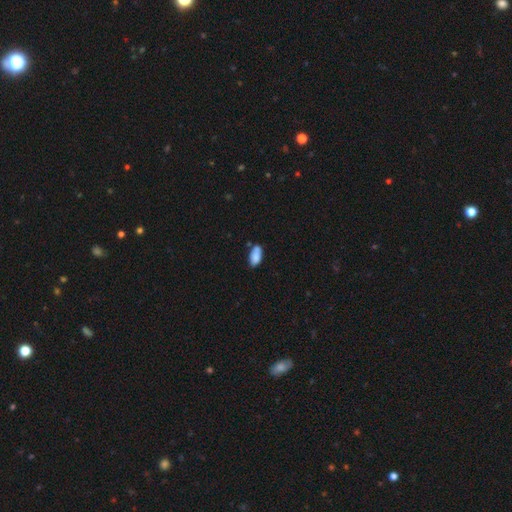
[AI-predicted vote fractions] This is clearly a smooth galaxy (85%). How rounded: clearly in between (91%). Merging: likely none (66%).